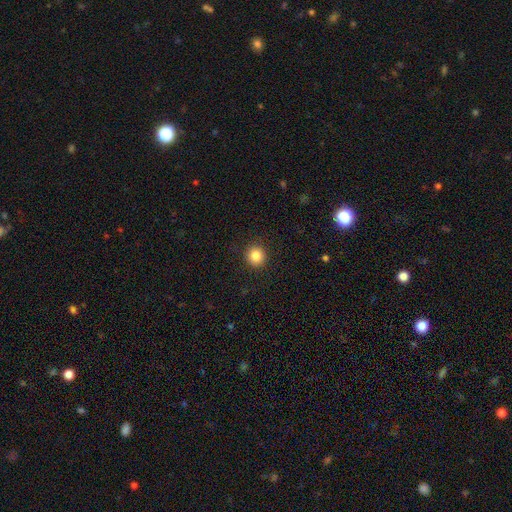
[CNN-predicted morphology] smooth-or-featured: smooth: 84% | star or artifact: 11% | featured or disk: 5%
  how-rounded: round: 92% | in between: 7% | cigar-shaped: 1%
  merging: none: 92% | minor disturbance: 5% | major disturbance: 2% | merger: 1%